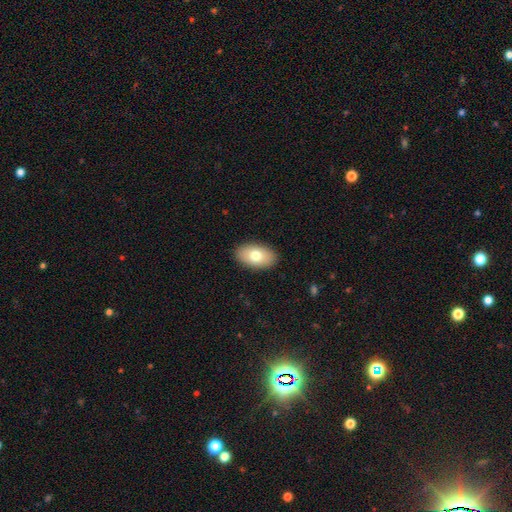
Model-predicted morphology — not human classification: type=smooth (74%); roundness=in between (93%); merging=none (90%).